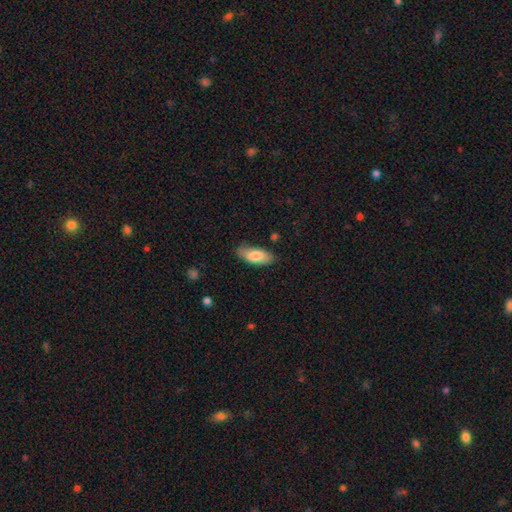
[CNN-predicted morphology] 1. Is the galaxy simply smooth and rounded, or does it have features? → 78% smooth, 16% featured or disk, 6% star or artifact.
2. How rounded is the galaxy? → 83% in between, 15% cigar-shaped, 2% round.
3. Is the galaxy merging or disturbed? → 78% none, 17% minor disturbance, 3% major disturbance, 1% merger.